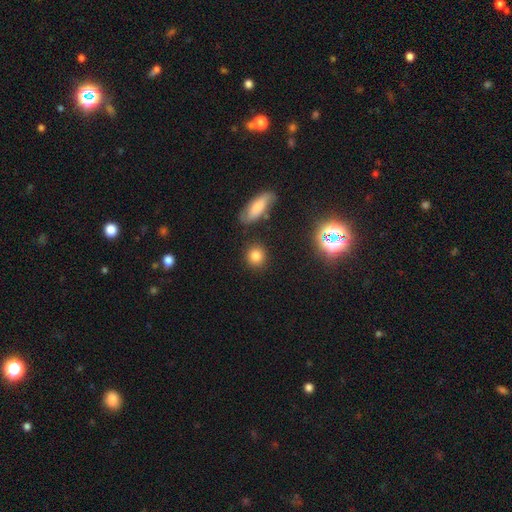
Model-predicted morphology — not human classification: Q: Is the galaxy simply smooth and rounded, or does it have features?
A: smooth — 79%.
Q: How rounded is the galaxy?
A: round — 83%.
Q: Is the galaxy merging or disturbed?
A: none — 85%.